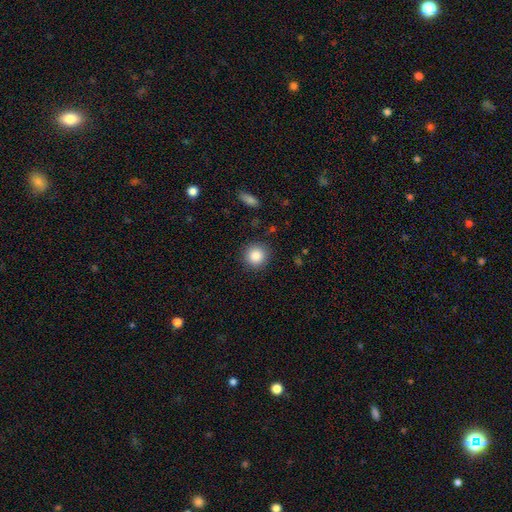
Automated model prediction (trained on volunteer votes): The model was most divided on "smooth or featured": smooth: 87%, star or artifact: 9%, featured or disk: 4%. More confident: how rounded — round (93%); merging — none (89%).